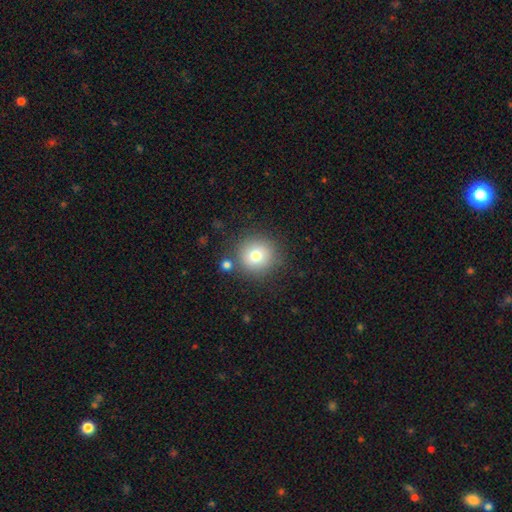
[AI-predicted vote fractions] smooth 76%, star or artifact 12%, featured or disk 12%. Down the decision tree: how rounded — round (94%); merging — none (82%).